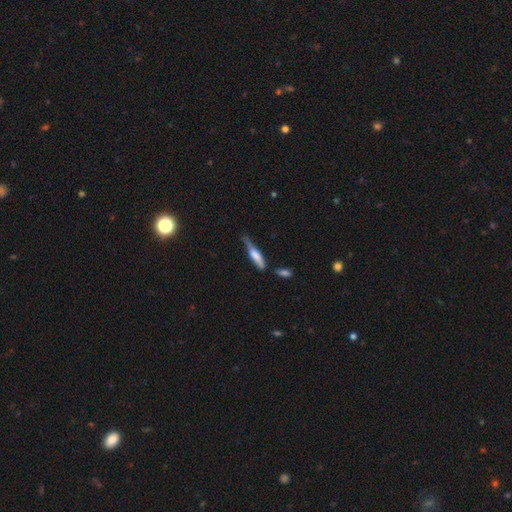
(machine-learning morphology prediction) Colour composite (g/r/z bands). It shows a smooth galaxy with no disk features (55%) that is cigar-shaped (77%). Merging: none (43%).